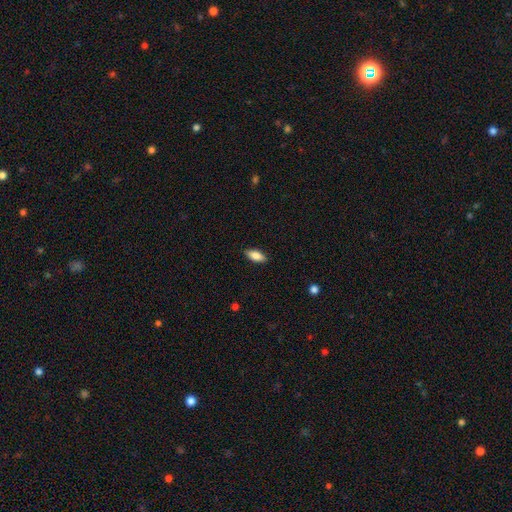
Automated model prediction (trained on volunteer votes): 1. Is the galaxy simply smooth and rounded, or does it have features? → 83% smooth, 11% featured or disk, 6% star or artifact.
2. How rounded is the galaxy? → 83% in between, 14% cigar-shaped, 2% round.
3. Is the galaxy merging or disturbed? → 88% none, 10% minor disturbance, 2% major disturbance, 1% merger.